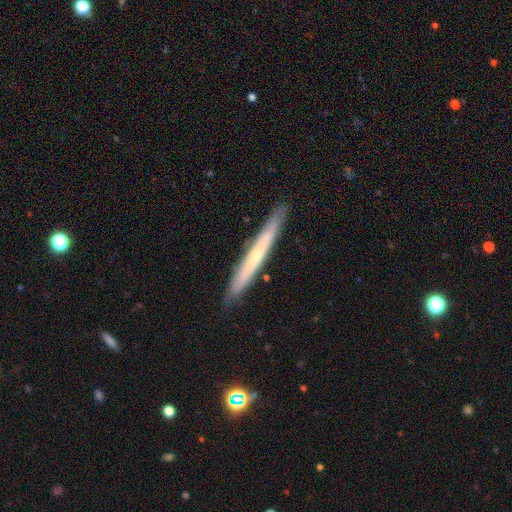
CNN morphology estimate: Smooth or featured? Predicted: featured or disk (p=0.48). Merging? Predicted: none (p=0.89).